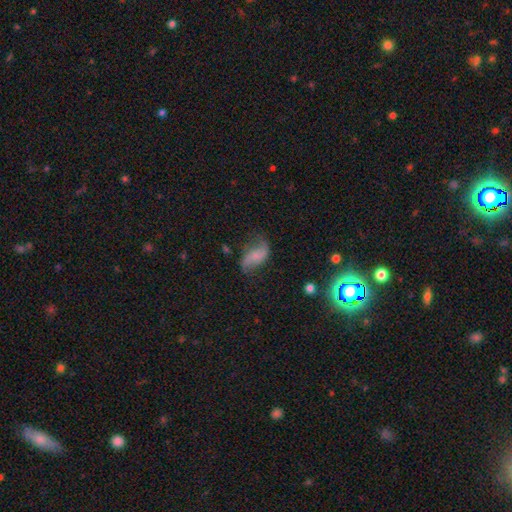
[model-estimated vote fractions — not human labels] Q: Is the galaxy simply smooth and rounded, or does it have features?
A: featured or disk — 56%.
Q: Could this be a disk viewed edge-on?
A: no — 94%.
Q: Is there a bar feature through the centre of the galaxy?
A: no — 50%.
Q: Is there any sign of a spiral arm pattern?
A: yes — 86%.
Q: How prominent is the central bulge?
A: small — 48%.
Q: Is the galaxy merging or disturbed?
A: none — 56%.